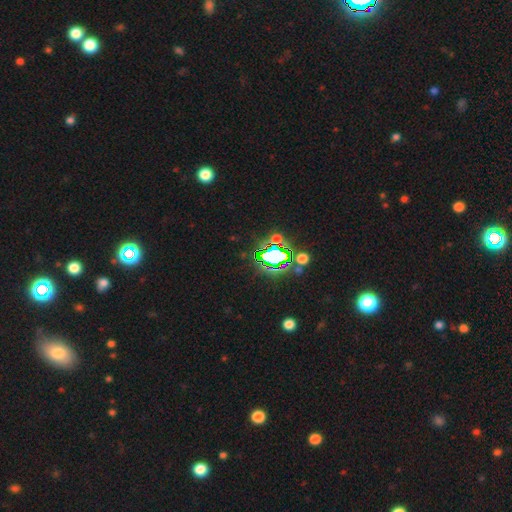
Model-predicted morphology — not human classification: type=star or artifact (81%).